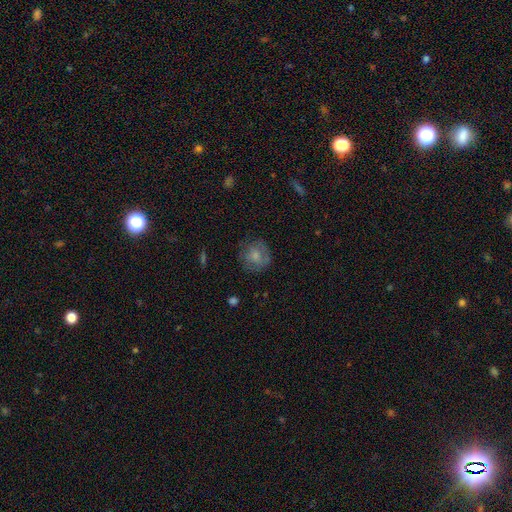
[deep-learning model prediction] The model was most divided on "smooth or featured": smooth: 68%, featured or disk: 23%, star or artifact: 8%. More confident: how rounded — round (86%); merging — none (71%).